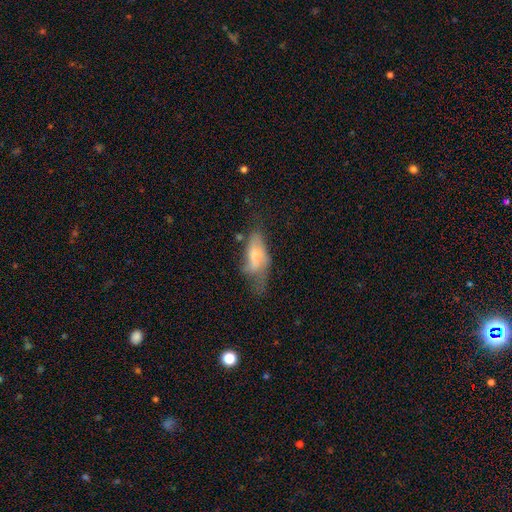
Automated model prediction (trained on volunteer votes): smooth 53%, featured or disk 38%, star or artifact 9%. Down the decision tree: how rounded — in between (82%); merging — major disturbance (42%).